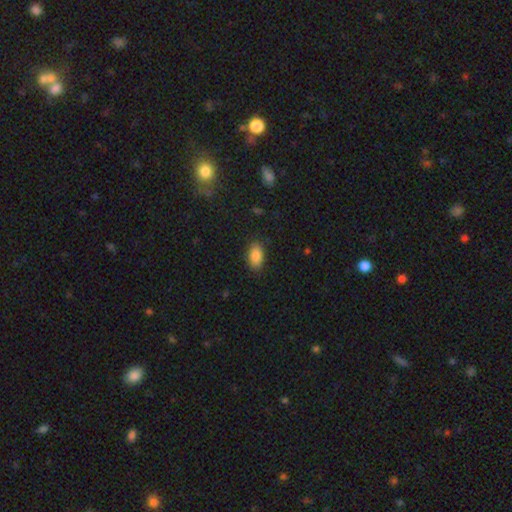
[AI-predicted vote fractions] This appears to be a smooth galaxy with no disk features (86%) that is in between round and cigar-shaped (91%). Merging: none (85%).